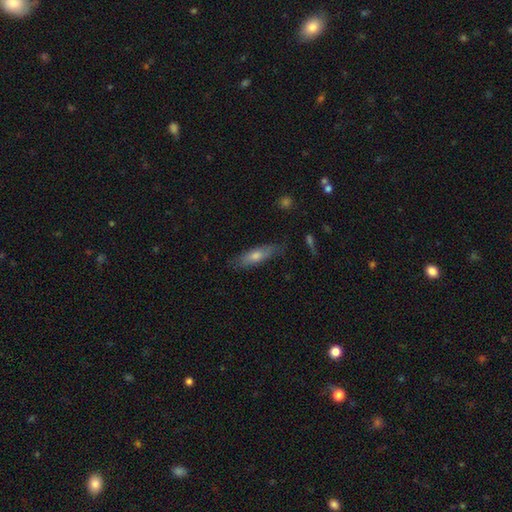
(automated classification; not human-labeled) Smooth or featured? Predicted: smooth (p=0.59). How rounded? Predicted: cigar-shaped (p=0.64). Merging? Predicted: none (p=0.82).